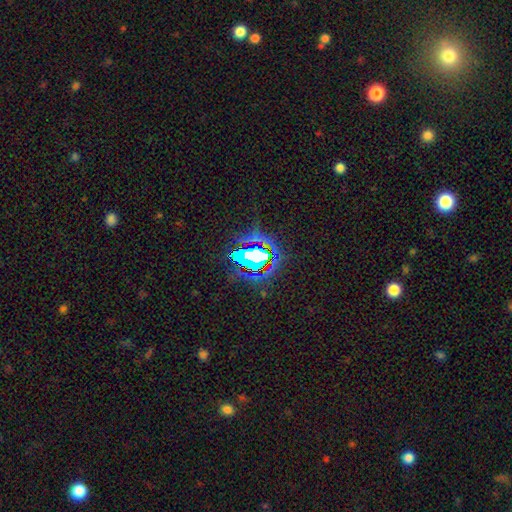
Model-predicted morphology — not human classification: Smooth or featured?
  - star or artifact: 66% *
  - smooth: 19%
  - featured or disk: 15%